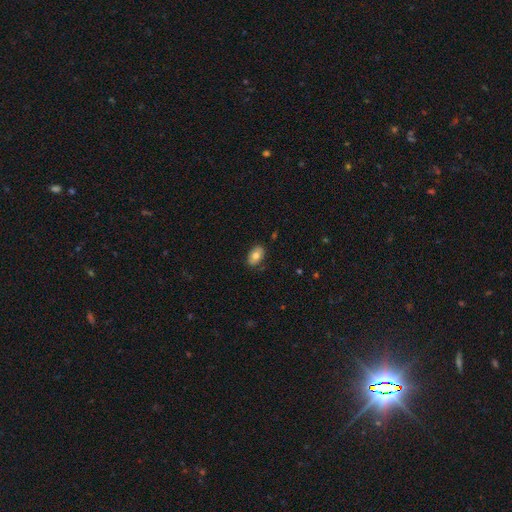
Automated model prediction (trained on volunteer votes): smooth 75%, featured or disk 18%, star or artifact 7%. Down the decision tree: how rounded — in between (90%); merging — none (84%).